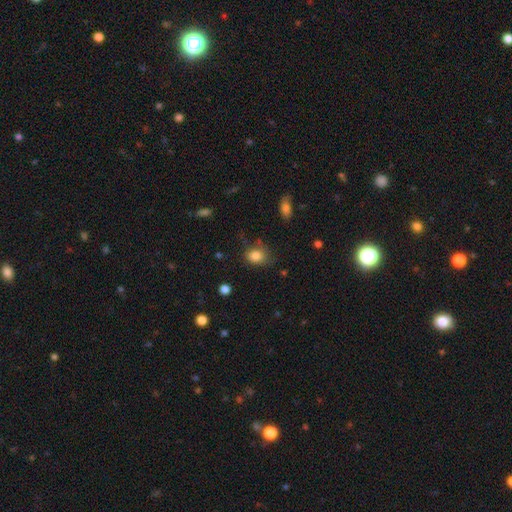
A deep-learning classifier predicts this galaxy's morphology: Q: Smooth or featured?
A: smooth (83%); runner-up: star or artifact (10%)
Q: How rounded?
A: in between (56%); runner-up: round (43%)
Q: Merging?
A: none (67%); runner-up: minor disturbance (23%)